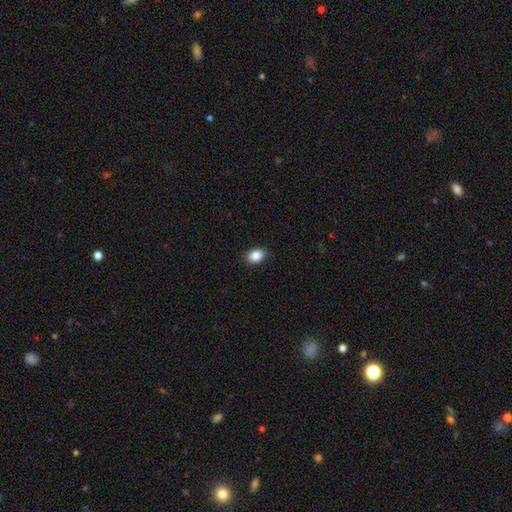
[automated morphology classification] Smooth or featured? Predicted: smooth (p=0.88). How rounded? Predicted: in between (p=0.78). Merging? Predicted: none (p=0.88).